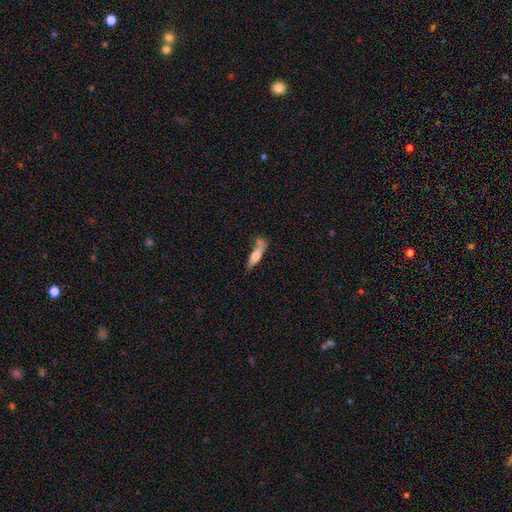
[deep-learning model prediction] Smooth or featured? Predicted: smooth (p=0.62). How rounded? Predicted: cigar-shaped (p=0.60). Merging? Predicted: none (p=0.40).